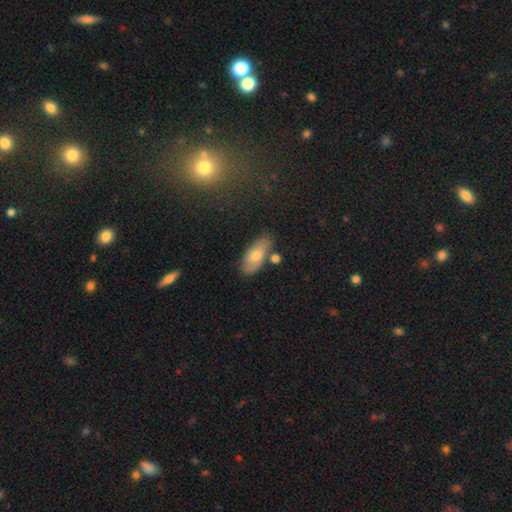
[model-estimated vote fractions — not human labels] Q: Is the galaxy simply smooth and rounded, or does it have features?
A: smooth — 63%.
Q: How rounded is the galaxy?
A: in between — 84%.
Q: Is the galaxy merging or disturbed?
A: none — 72%.